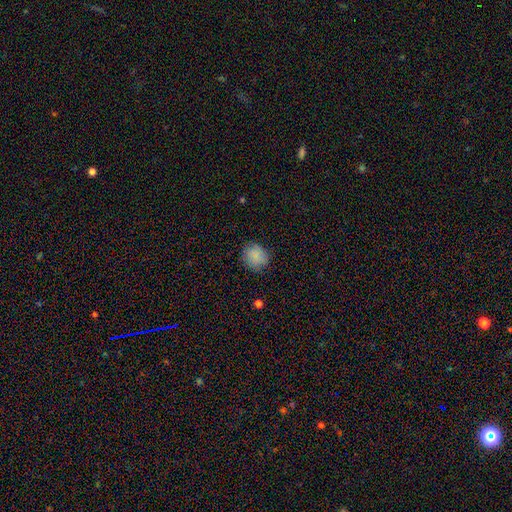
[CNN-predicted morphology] Smooth or featured: smooth — 85% (star or artifact — 8%)
How rounded: round — 77% (in between — 22%)
Merging: none — 82% (minor disturbance — 13%)